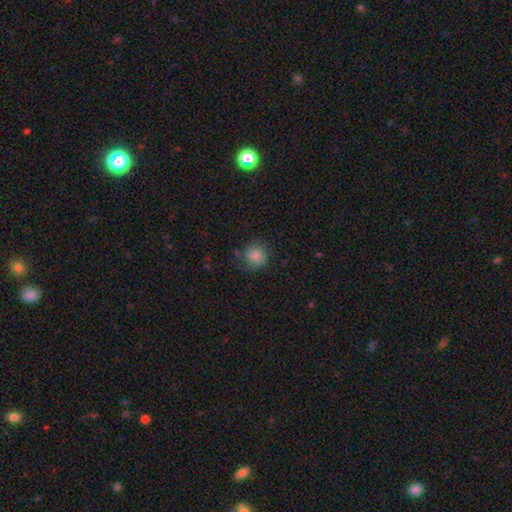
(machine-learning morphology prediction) smooth_or_featured: smooth (p=0.83) [alt: star or artifact p=0.10]
how_rounded: round (p=0.86) [alt: in between p=0.13]
merging: none (p=0.69) [alt: minor disturbance p=0.21]